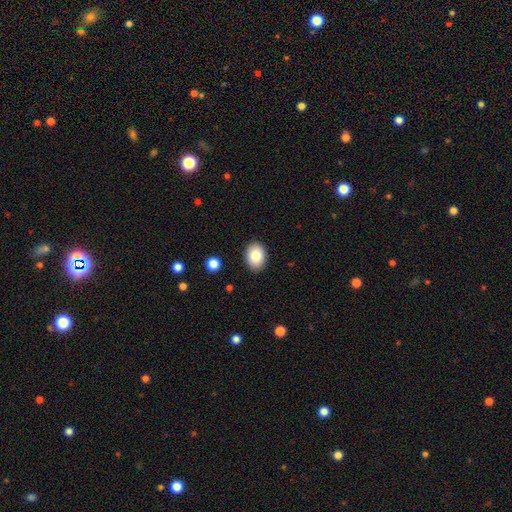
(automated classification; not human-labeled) The model was most divided on "how rounded": in between: 72%, round: 27%, cigar-shaped: 1%. More confident: merging — none (89%); smooth or featured — smooth (84%).